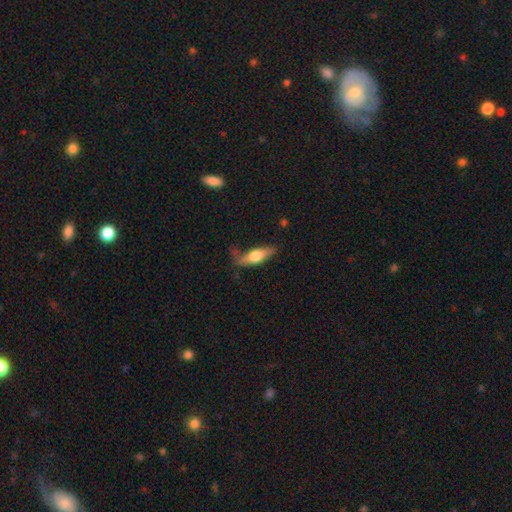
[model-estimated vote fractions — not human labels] A smooth galaxy with no disk features (57%) that is in between round and cigar-shaped (53%). Merging: none (56%).